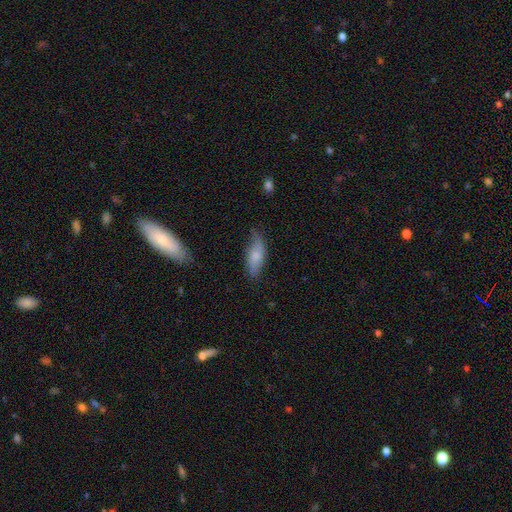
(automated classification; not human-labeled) smooth 69%, featured or disk 25%, star or artifact 7%. Down the decision tree: how rounded — in between (75%); merging — none (53%).